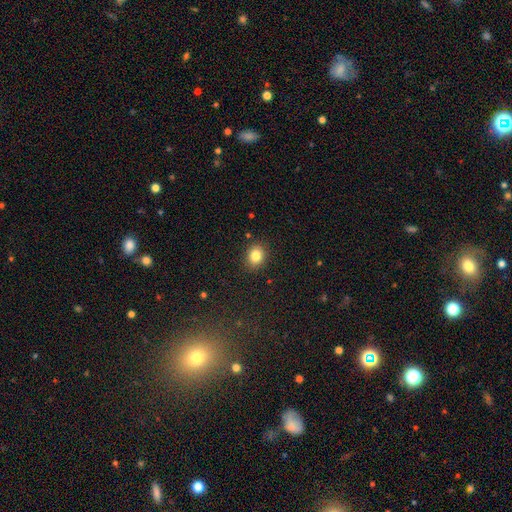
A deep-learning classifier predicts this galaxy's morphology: Smooth or featured? smooth (82%)
How rounded? round (64%)
Merging? none (89%)